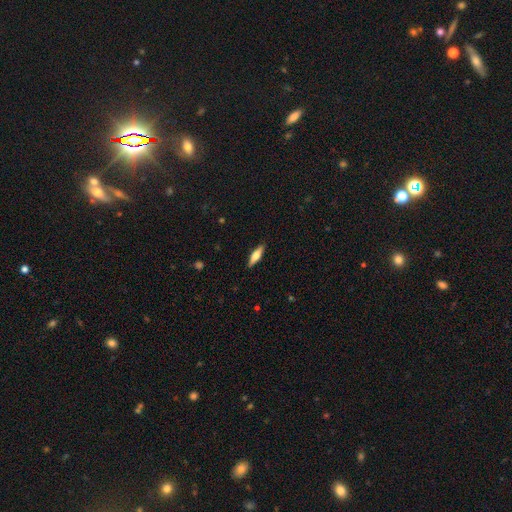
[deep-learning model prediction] A smooth galaxy with no disk features (57%) that is cigar-shaped (58%). Merging: none (89%).